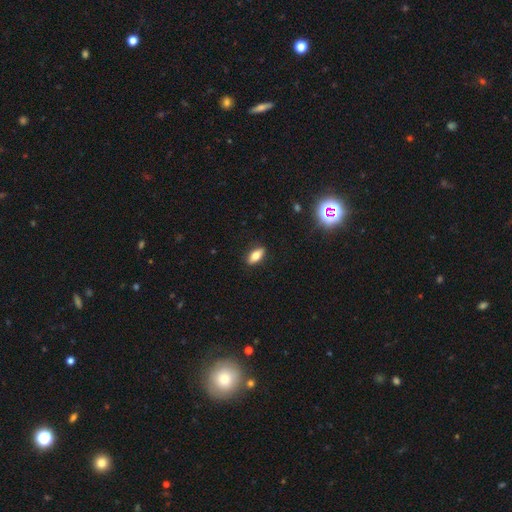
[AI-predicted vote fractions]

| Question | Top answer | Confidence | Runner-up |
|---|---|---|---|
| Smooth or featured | smooth | 74% | featured or disk (17%) |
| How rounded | in between | 83% | cigar-shaped (13%) |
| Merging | none | 87% | minor disturbance (9%) |